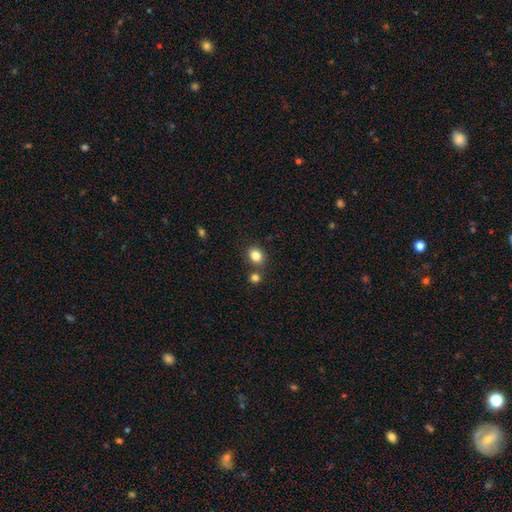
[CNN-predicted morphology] Smooth or featured? smooth (84%)
How rounded? round (59%)
Merging? none (73%)